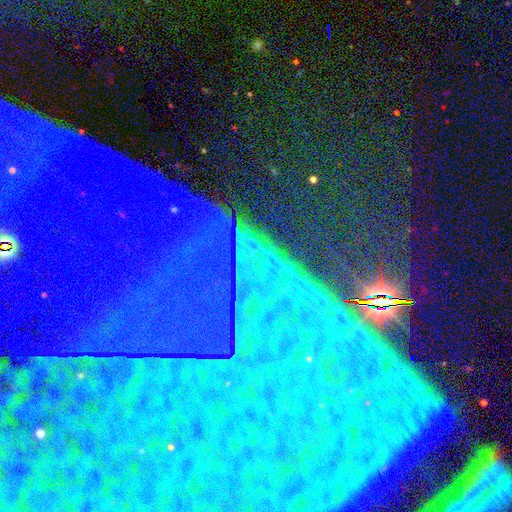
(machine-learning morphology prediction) A star or artifact, not a galaxy (87%).

Vote fractions:
- Smooth or featured? star or artifact: 87% / featured or disk: 7% / smooth: 6%